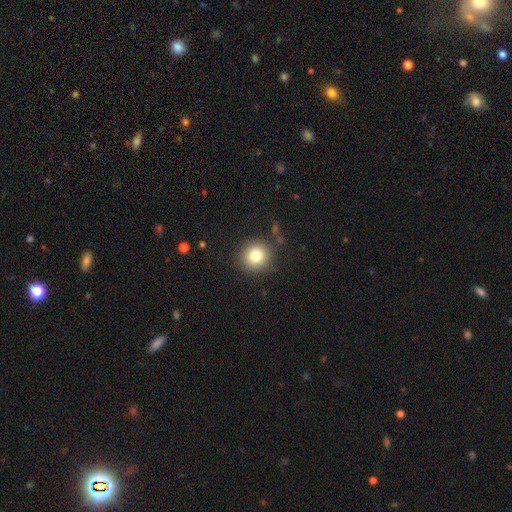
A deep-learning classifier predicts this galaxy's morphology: Smooth or featured? smooth (80%)
How rounded? round (93%)
Merging? none (86%)